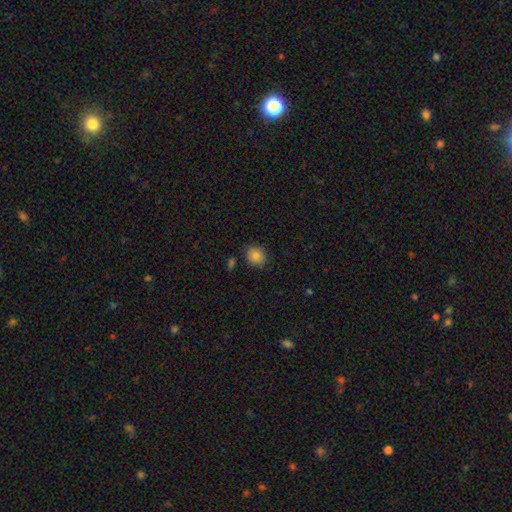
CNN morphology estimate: A smooth galaxy with no disk features (83%) that is round (75%). Merging: none (84%).